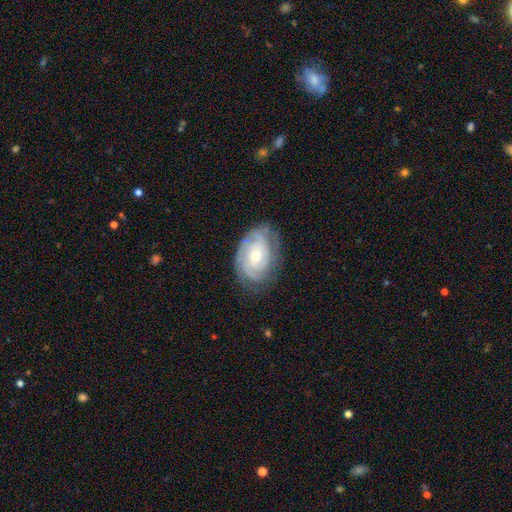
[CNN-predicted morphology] Q: Smooth or featured?
A: featured or disk (82%); runner-up: smooth (12%)
Q: Edge-on disk?
A: no (96%); runner-up: yes (4%)
Q: Bar?
A: no (70%); runner-up: weak (25%)
Q: Spiral arms?
A: yes (95%); runner-up: no (5%)
Q: Spiral winding?
A: tight (70%); runner-up: medium (24%)
Q: Spiral arm count?
A: can't tell (33%); runner-up: 3 (24%)
Q: Bulge size?
A: small (48%); runner-up: moderate (47%)
Q: Merging?
A: none (75%); runner-up: minor disturbance (19%)